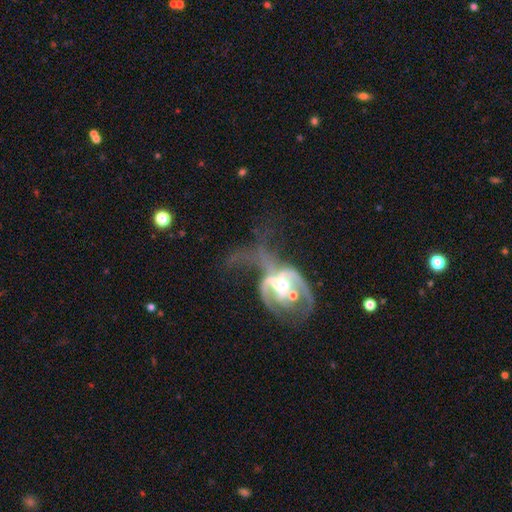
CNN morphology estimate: Smooth or featured? Predicted: featured or disk (p=0.66). Edge-on disk? Predicted: no (p=0.85). Bar? Predicted: no (p=0.64). Spiral arms? Predicted: yes (p=0.50, tied with no). Bulge size? Predicted: moderate (p=0.61). Merging? Predicted: major disturbance (p=0.43).